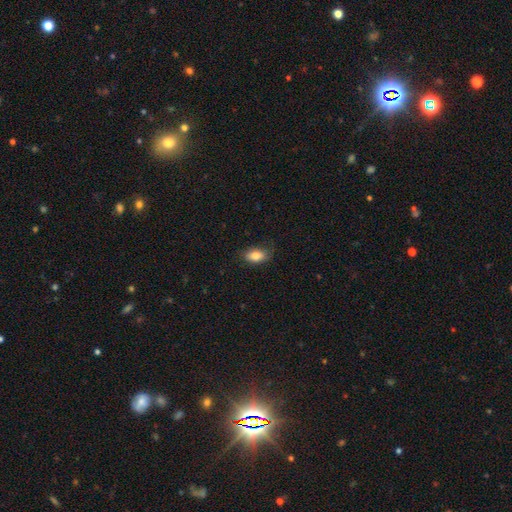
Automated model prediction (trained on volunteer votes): A smooth galaxy with no disk features (84%) that is in between round and cigar-shaped (89%).

Vote fractions:
- Smooth or featured? smooth: 84% / featured or disk: 8% / star or artifact: 8%
- How rounded? in between: 89% / round: 7% / cigar-shaped: 4%
- Merging? none: 80% / minor disturbance: 16% / major disturbance: 3% / merger: 1%